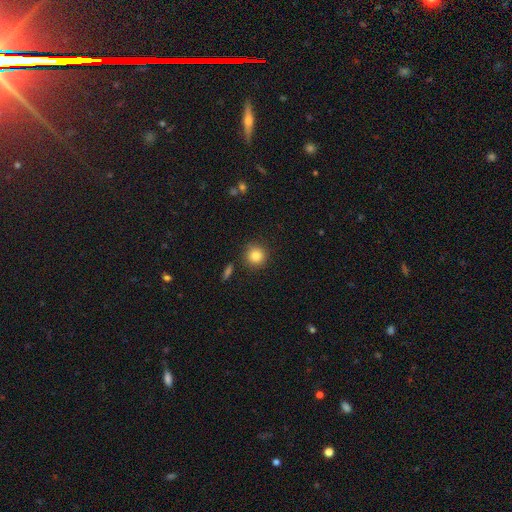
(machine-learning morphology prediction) Smooth or featured? Predicted: smooth (p=0.83). How rounded? Predicted: round (p=0.93). Merging? Predicted: none (p=0.88).